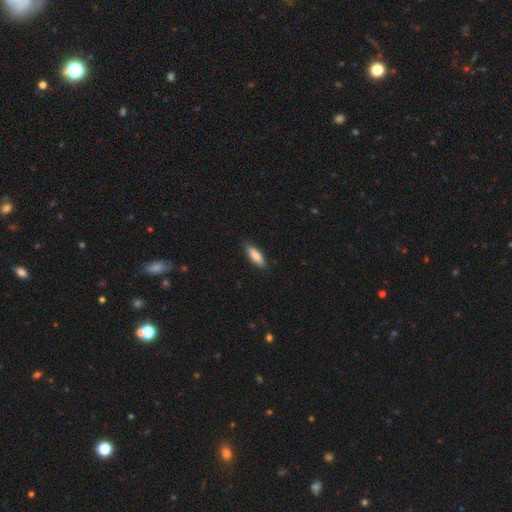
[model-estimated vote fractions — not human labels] Overall: smooth (84%). How rounded: in between (54%; cigar-shaped 44%). Merging: none (86%).